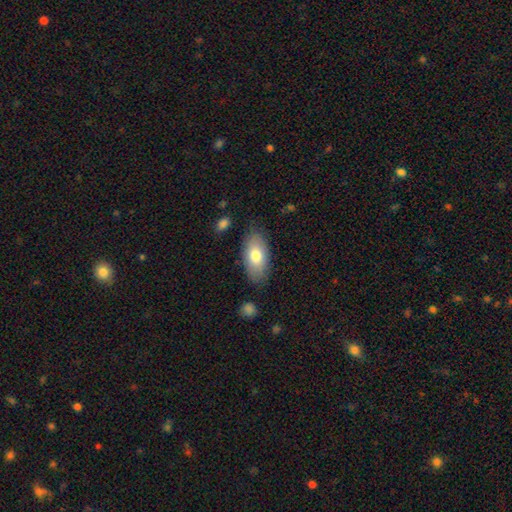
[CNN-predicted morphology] Smooth or featured? smooth (76%)
How rounded? in between (91%)
Merging? none (81%)